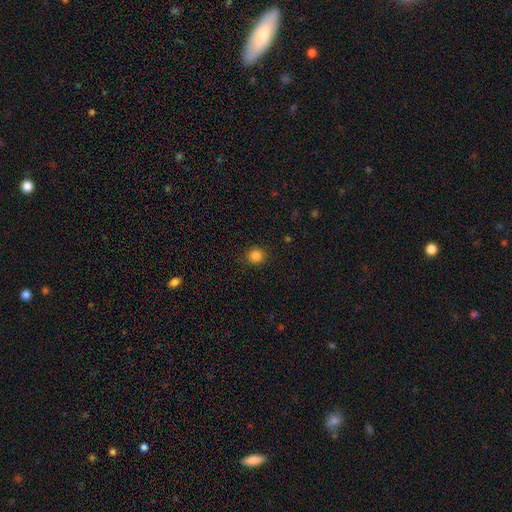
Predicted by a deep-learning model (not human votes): Q: Smooth or featured?
A: smooth (85%); runner-up: star or artifact (11%)
Q: How rounded?
A: round (87%); runner-up: in between (12%)
Q: Merging?
A: none (90%); runner-up: minor disturbance (7%)